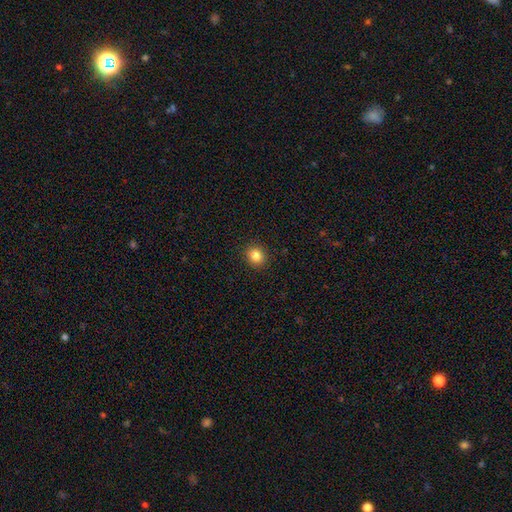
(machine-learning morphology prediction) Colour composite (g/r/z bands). It shows a smooth galaxy with no disk features (83%) that is round (74%). Merging: none (91%).